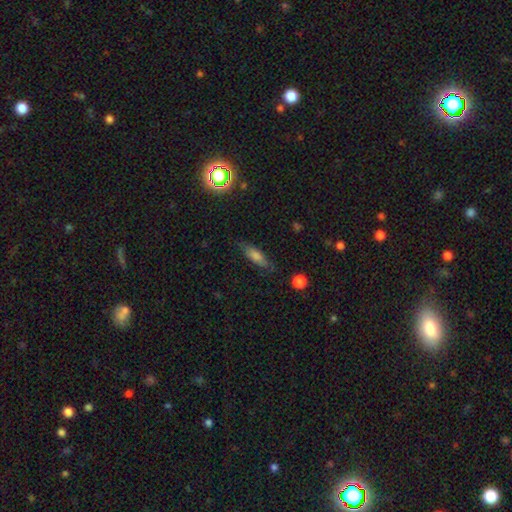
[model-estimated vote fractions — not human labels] Smooth or featured? smooth (71%)
How rounded? in between (53%)
Merging? none (73%)